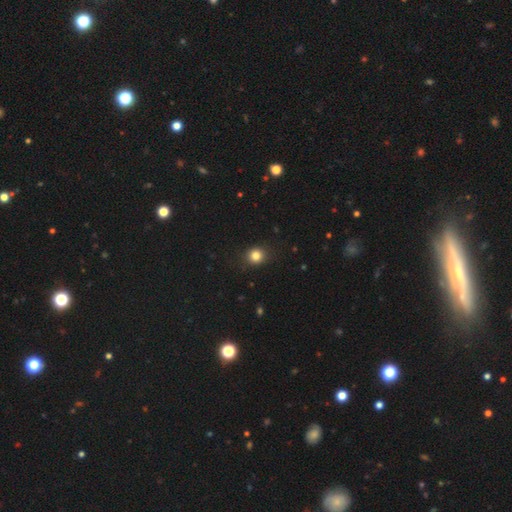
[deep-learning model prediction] Overall: smooth (83%). How rounded: round (81%). Merging: none (86%).